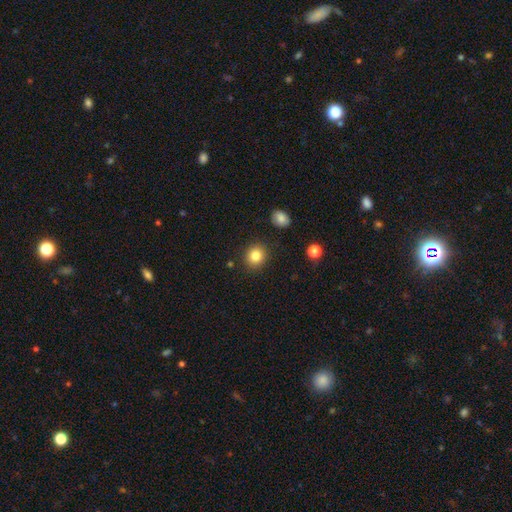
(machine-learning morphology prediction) Smooth or featured: smooth — 84% (star or artifact — 10%)
How rounded: round — 81% (in between — 19%)
Merging: none — 89% (minor disturbance — 7%)